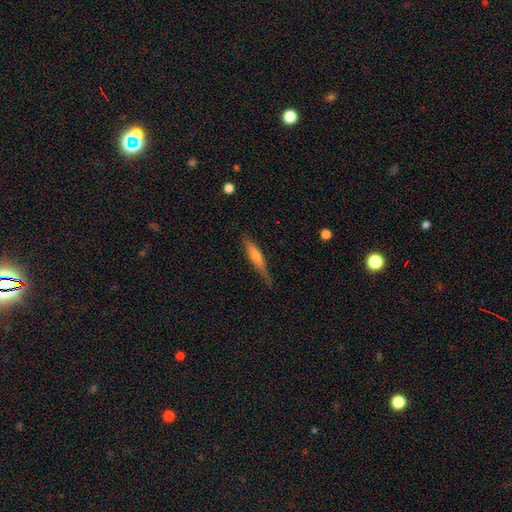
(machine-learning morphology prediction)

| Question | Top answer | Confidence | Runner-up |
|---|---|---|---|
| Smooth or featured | smooth | 47% | featured or disk (46%) |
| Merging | none | 70% | minor disturbance (23%) |